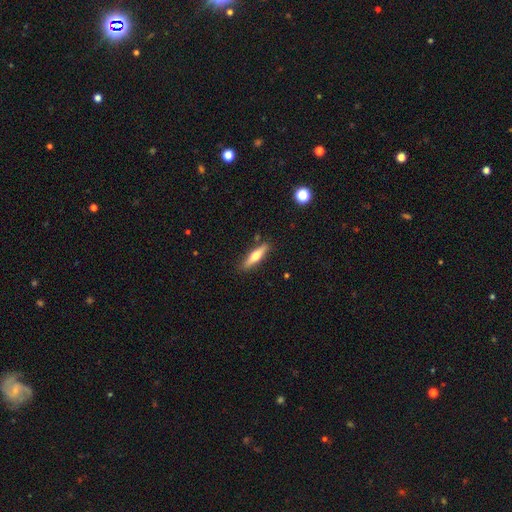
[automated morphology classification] A smooth galaxy with no disk features (51%) that is cigar-shaped (77%). Merging: none (87%).